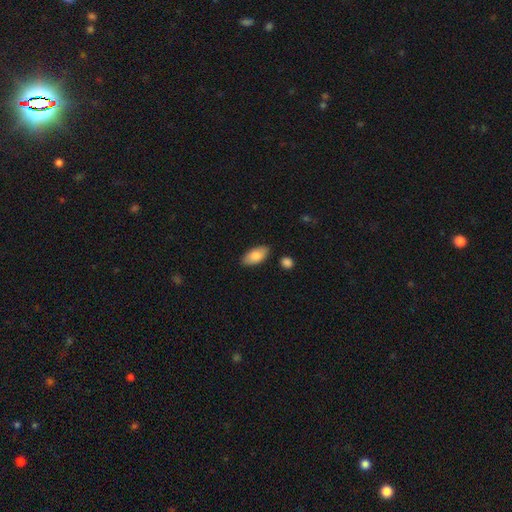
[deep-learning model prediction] smooth_or_featured: smooth (p=0.83) [alt: featured or disk p=0.11]
how_rounded: in between (p=0.93) [alt: cigar-shaped p=0.04]
merging: none (p=0.84) [alt: minor disturbance p=0.11]